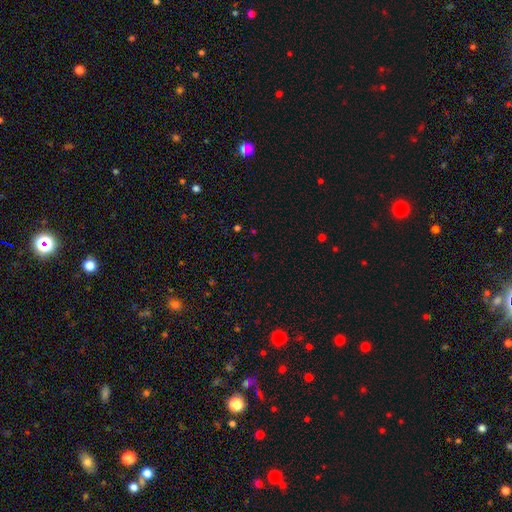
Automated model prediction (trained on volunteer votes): Smooth or featured? Predicted: star or artifact (p=0.63).